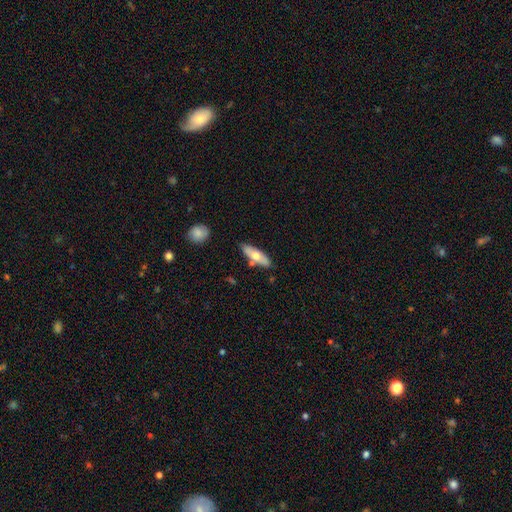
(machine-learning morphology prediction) smooth_or_featured: smooth (p=0.61) [alt: featured or disk p=0.33]
how_rounded: in between (p=0.54) [alt: cigar-shaped p=0.44]
merging: none (p=0.79) [alt: minor disturbance p=0.13]